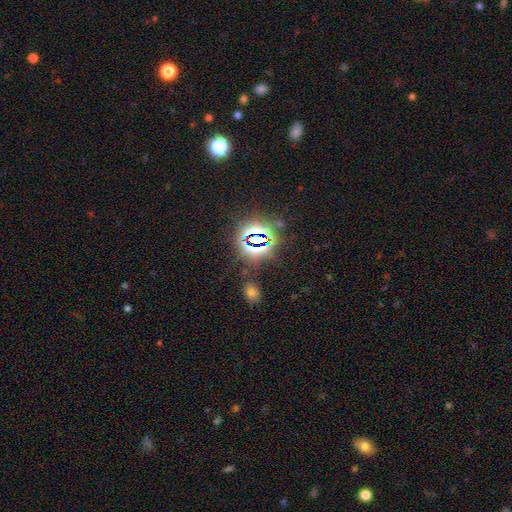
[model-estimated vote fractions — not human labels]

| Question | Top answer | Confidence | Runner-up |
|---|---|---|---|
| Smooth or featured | star or artifact | 78% | smooth (14%) |